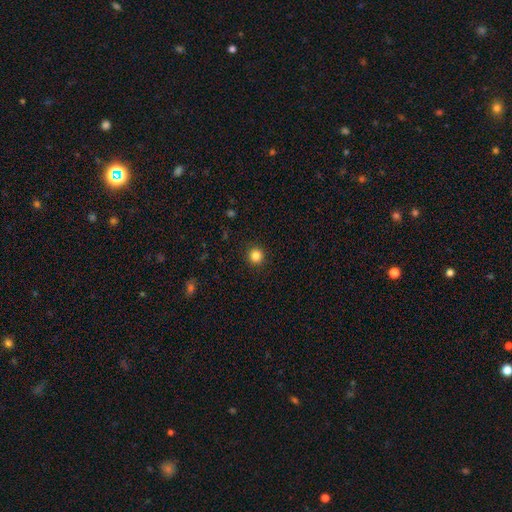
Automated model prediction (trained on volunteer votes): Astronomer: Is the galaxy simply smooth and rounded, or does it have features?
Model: smooth — 85%.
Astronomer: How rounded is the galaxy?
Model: round — 94%.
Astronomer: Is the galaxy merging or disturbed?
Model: none — 92%.